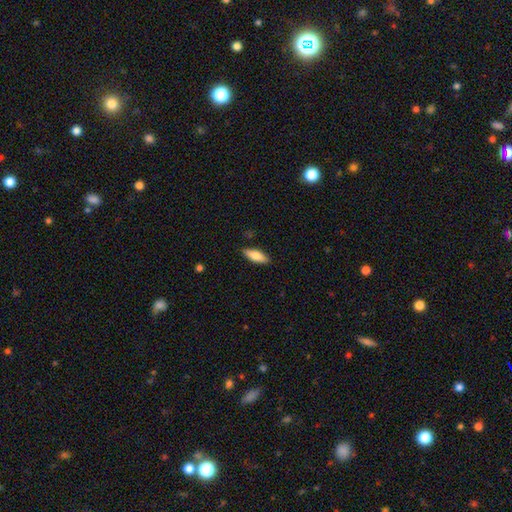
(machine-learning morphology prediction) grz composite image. It shows a smooth galaxy with no disk features (81%) that is in between round and cigar-shaped (71%). Merging: none (87%).